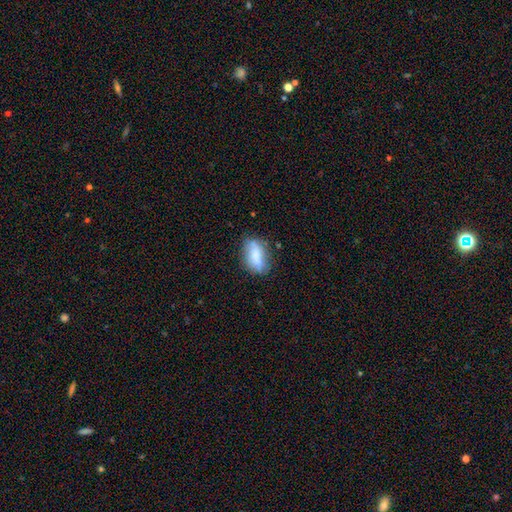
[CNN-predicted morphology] smooth-or-featured: smooth: 61% | featured or disk: 31% | star or artifact: 8%
  how-rounded: in between: 79% | cigar-shaped: 15% | round: 7%
  merging: none: 64% | minor disturbance: 24% | major disturbance: 8% | merger: 5%